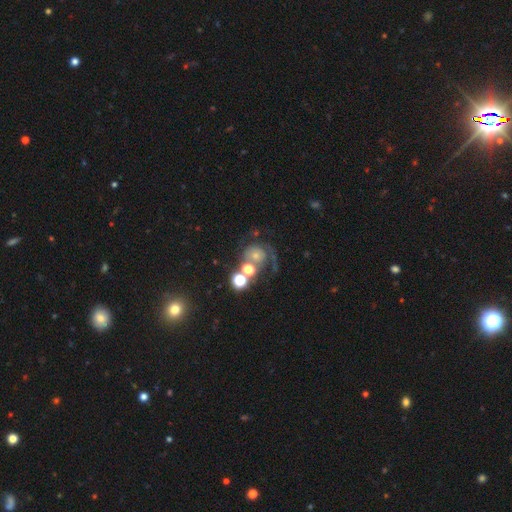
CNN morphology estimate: Smooth or featured: featured or disk — 45% (smooth — 38%)
Merging: none — 33% (major disturbance — 27%)